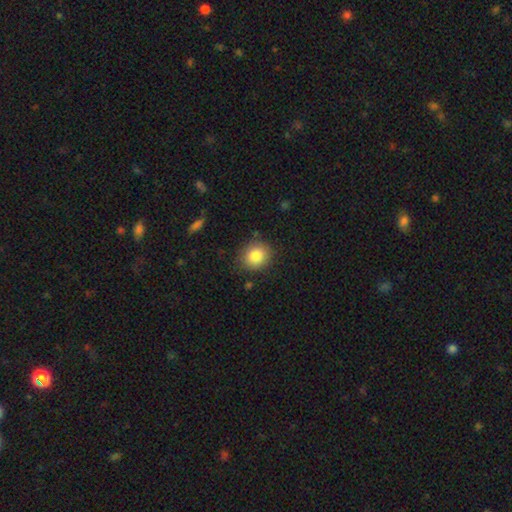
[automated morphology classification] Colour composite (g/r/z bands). It shows a smooth galaxy with no disk features (85%) that is round (76%). Merging: none (84%).